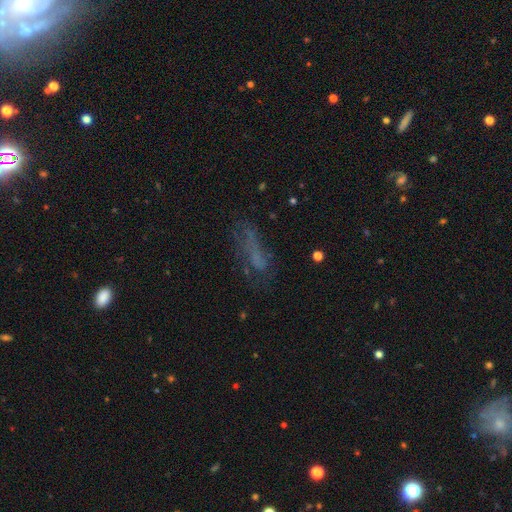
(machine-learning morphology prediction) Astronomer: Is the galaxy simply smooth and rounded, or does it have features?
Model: smooth — 45% (runner-up: featured or disk, 34%).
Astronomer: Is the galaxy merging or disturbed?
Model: none — 46% (runner-up: major disturbance, 27%).